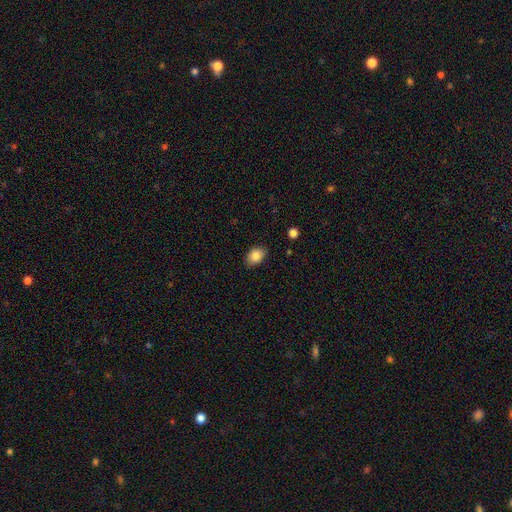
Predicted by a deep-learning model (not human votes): Morphology: type=smooth (85%); roundness=in between (71%); merging=none (82%).